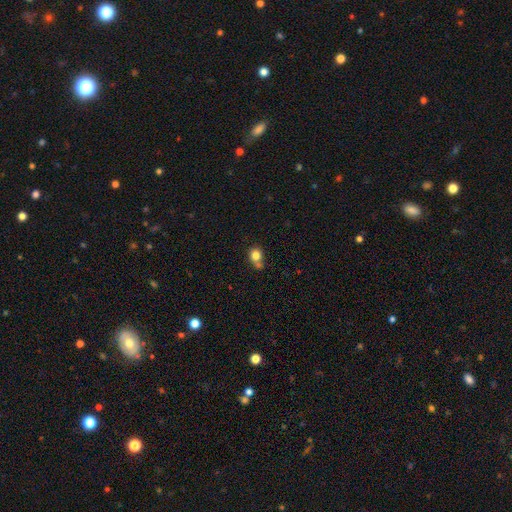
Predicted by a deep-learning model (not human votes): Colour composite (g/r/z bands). It shows a smooth galaxy with no disk features (80%) that is round (76%). Merging: none (50%).